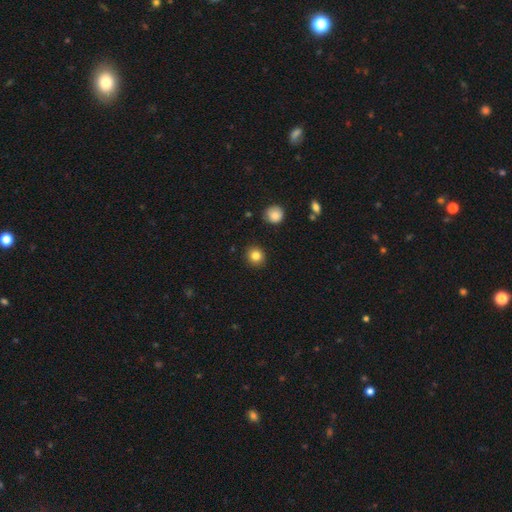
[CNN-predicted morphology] type=smooth (83%); roundness=round (88%); merging=none (91%).